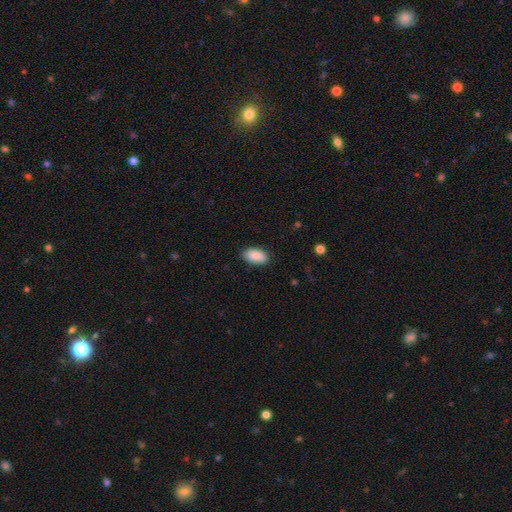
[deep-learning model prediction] Morphology: type=smooth (90%); roundness=in between (94%); merging=none (86%).